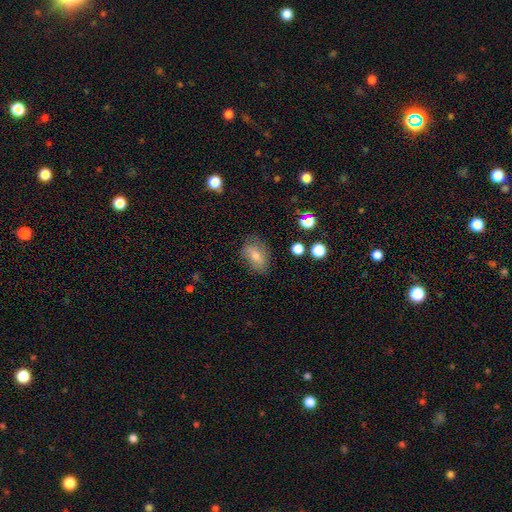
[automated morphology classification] smooth-or-featured: smooth: 61% | featured or disk: 27% | star or artifact: 13%
  how-rounded: in between: 81% | round: 17% | cigar-shaped: 3%
  merging: none: 76% | minor disturbance: 17% | major disturbance: 5% | merger: 2%